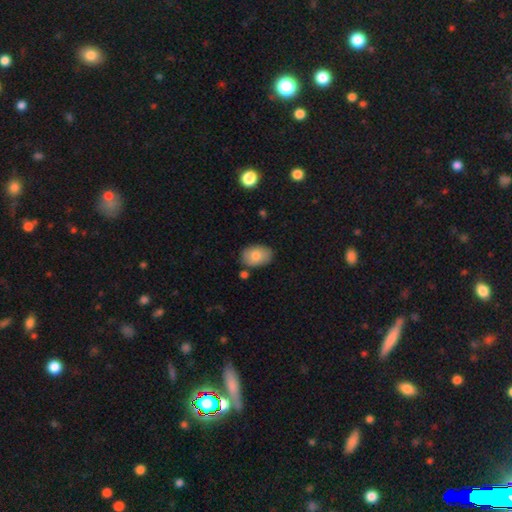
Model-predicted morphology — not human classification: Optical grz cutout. It shows a smooth galaxy with no disk features (81%) that is in between round and cigar-shaped (85%). Merging: none (80%).